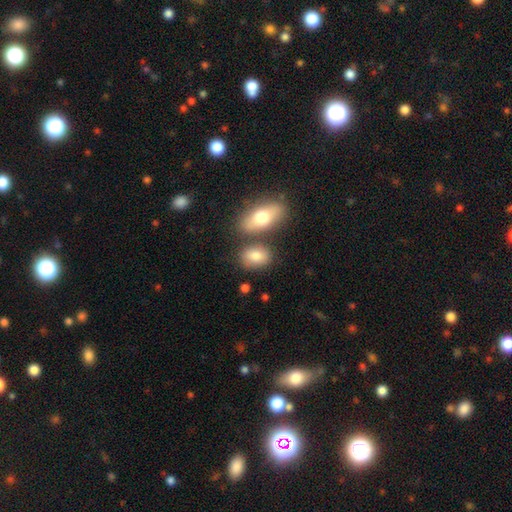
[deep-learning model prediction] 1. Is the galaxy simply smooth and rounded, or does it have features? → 79% smooth, 13% featured or disk, 7% star or artifact.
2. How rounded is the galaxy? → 80% in between, 18% round, 2% cigar-shaped.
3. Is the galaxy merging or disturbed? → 66% none, 17% merger, 14% minor disturbance, 4% major disturbance.